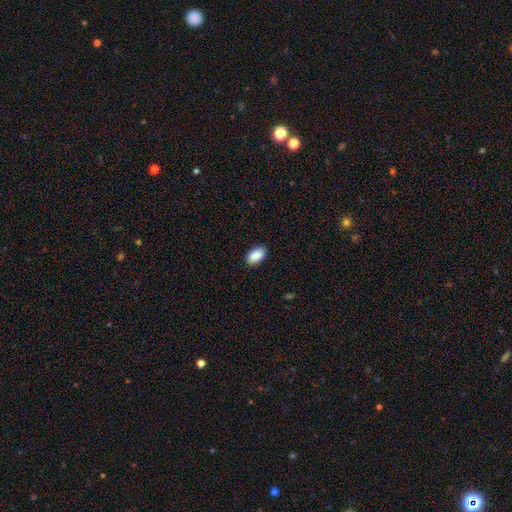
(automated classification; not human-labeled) Q: Smooth or featured?
A: smooth (90%); runner-up: star or artifact (7%)
Q: How rounded?
A: in between (94%); runner-up: round (5%)
Q: Merging?
A: none (88%); runner-up: minor disturbance (9%)